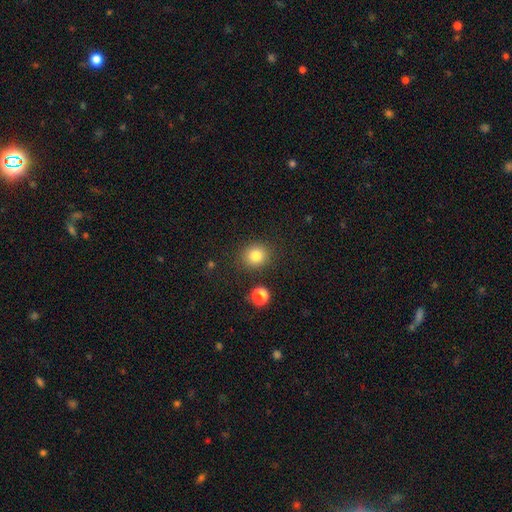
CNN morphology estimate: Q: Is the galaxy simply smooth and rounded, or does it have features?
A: smooth — 83%.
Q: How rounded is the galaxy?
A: round — 79%.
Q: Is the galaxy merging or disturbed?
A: none — 86%.